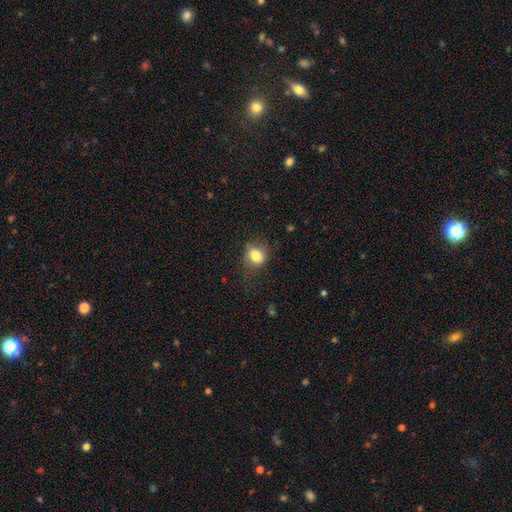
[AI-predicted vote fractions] The model was most divided on "how rounded": round: 55%, in between: 43%, cigar-shaped: 1%. More confident: smooth or featured — smooth (81%); merging — none (62%).